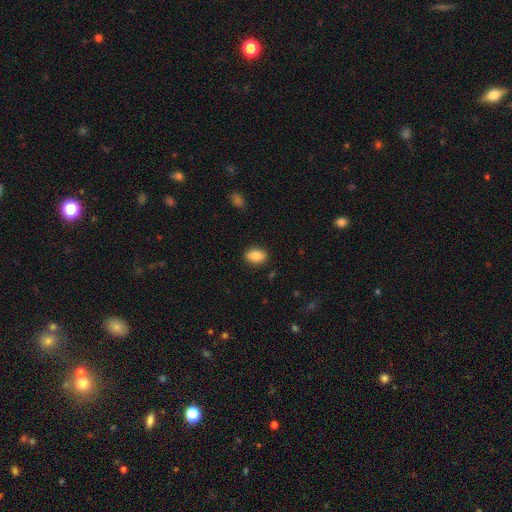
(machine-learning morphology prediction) smooth-or-featured: smooth: 85% | star or artifact: 8% | featured or disk: 7%
  how-rounded: in between: 86% | round: 12% | cigar-shaped: 2%
  merging: none: 88% | minor disturbance: 9% | major disturbance: 2% | merger: 1%